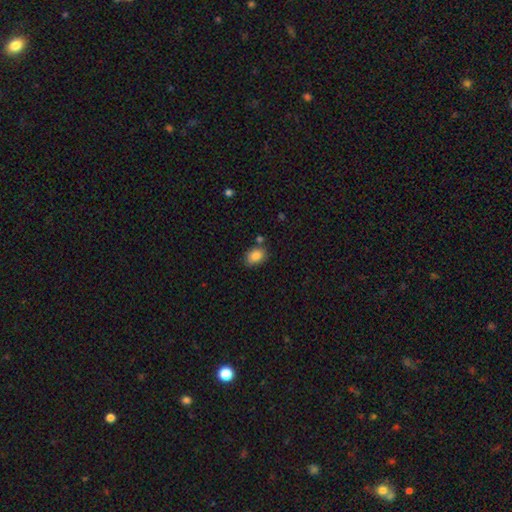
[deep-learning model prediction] This is clearly a smooth galaxy (87%). How rounded: likely in between (72%). Merging: likely none (74%).